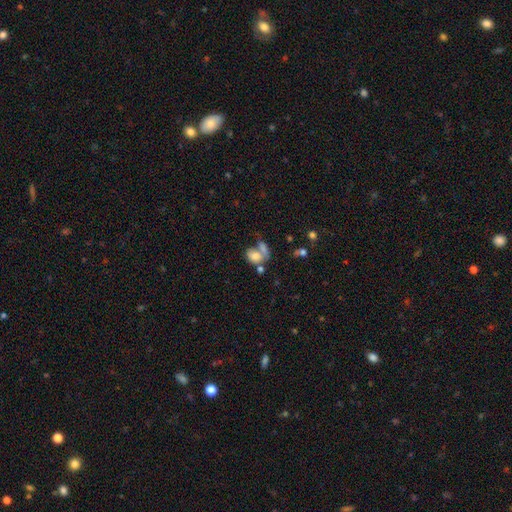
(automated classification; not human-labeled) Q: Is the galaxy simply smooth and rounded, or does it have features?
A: smooth — 70%.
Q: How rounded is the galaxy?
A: in between — 69%.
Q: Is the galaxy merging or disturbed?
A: merger — 45%.